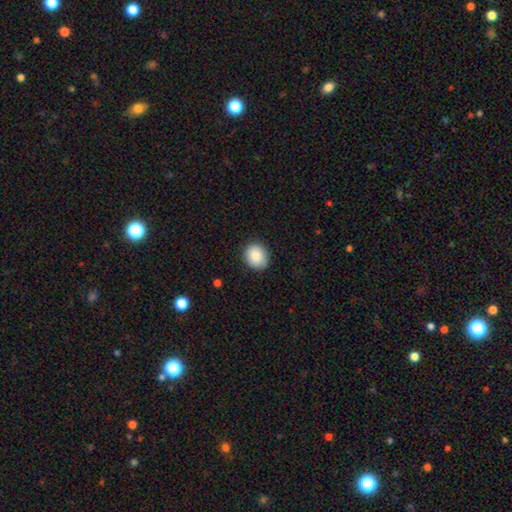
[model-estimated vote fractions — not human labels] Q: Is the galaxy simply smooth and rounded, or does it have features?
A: smooth — 86%.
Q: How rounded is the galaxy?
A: round — 69%.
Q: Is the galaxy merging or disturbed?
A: none — 87%.